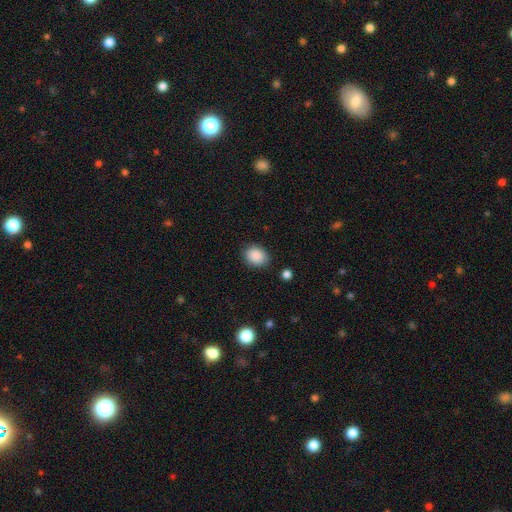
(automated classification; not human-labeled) The model was most divided on "how rounded": in between: 60%, round: 39%, cigar-shaped: 1%. More confident: smooth or featured — smooth (89%); merging — none (83%).